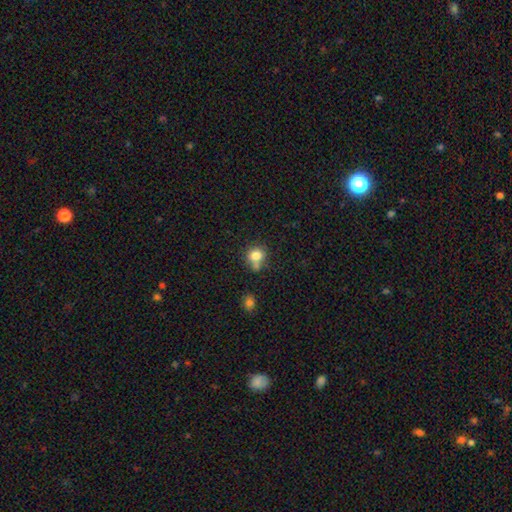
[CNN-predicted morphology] Smooth or featured? Predicted: smooth (p=0.79). How rounded? Predicted: round (p=0.74). Merging? Predicted: none (p=0.52).